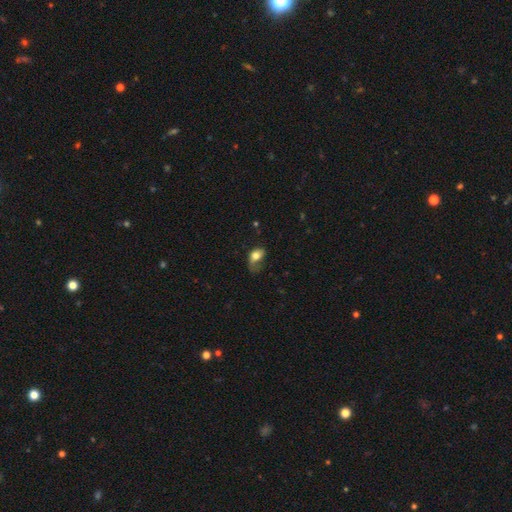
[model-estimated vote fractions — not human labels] smooth_or_featured: smooth (p=0.71) [alt: featured or disk p=0.21]
how_rounded: in between (p=0.85) [alt: round p=0.13]
merging: major disturbance (p=0.40) [alt: minor disturbance p=0.31]